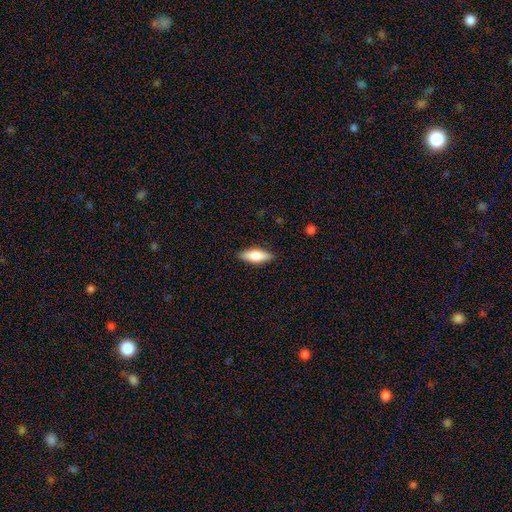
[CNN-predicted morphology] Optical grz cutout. It shows a smooth galaxy with no disk features (74%) that is in between round and cigar-shaped (65%). Merging: none (87%).